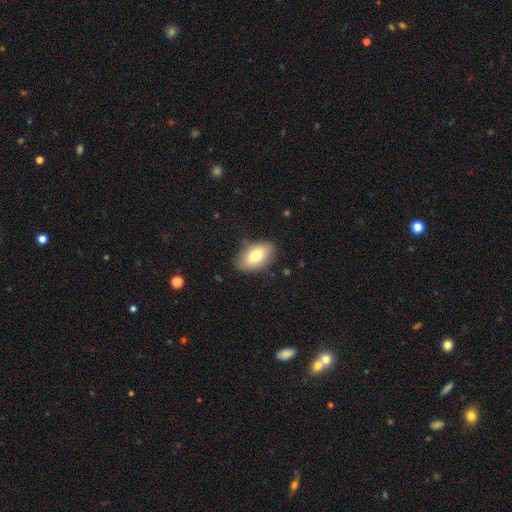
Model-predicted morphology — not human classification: The model was most divided on "smooth or featured": smooth: 76%, featured or disk: 17%, star or artifact: 8%. More confident: how rounded — in between (91%); merging — none (83%).